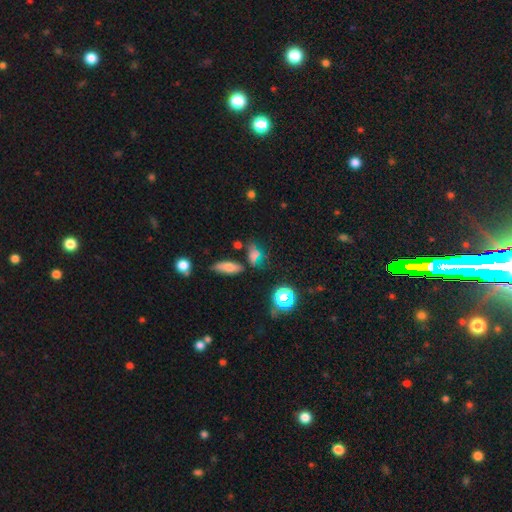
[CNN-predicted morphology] Smooth or featured? Predicted: smooth (p=0.56). How rounded? Predicted: in between (p=0.61). Merging? Predicted: none (p=0.56).